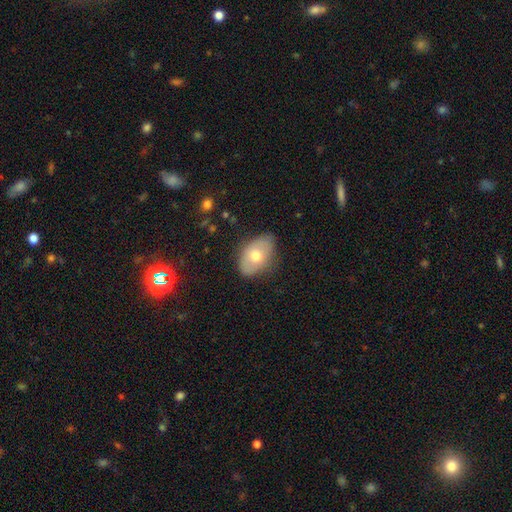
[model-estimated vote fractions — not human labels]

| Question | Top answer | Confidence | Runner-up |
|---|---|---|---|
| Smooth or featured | smooth | 66% | featured or disk (26%) |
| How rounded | in between | 87% | round (12%) |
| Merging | none | 69% | minor disturbance (25%) |